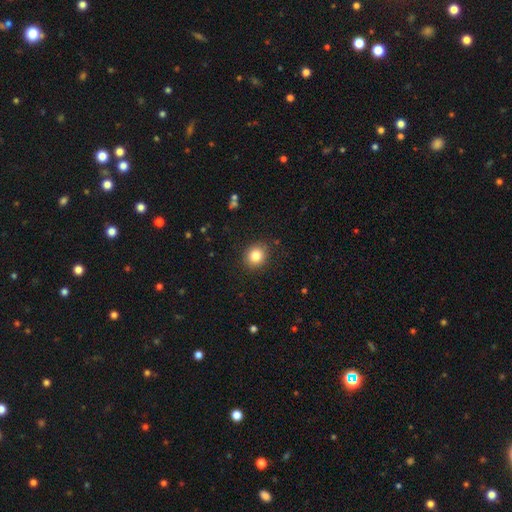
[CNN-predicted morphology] Smooth or featured: smooth — 82% (star or artifact — 10%)
How rounded: round — 76% (in between — 24%)
Merging: none — 88% (minor disturbance — 8%)